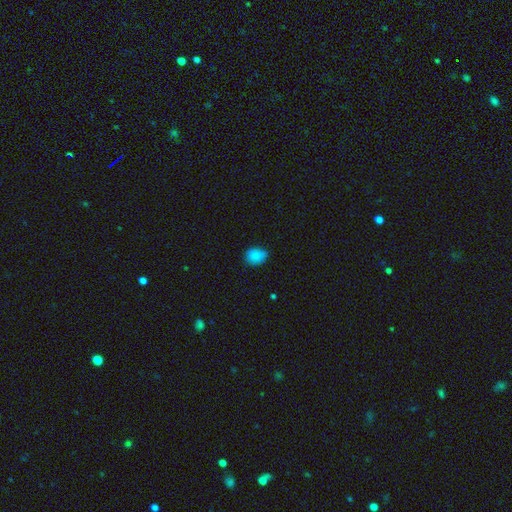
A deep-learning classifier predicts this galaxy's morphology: smooth 87%, star or artifact 9%, featured or disk 4%. Down the decision tree: how rounded — in between (55%); merging — none (74%).